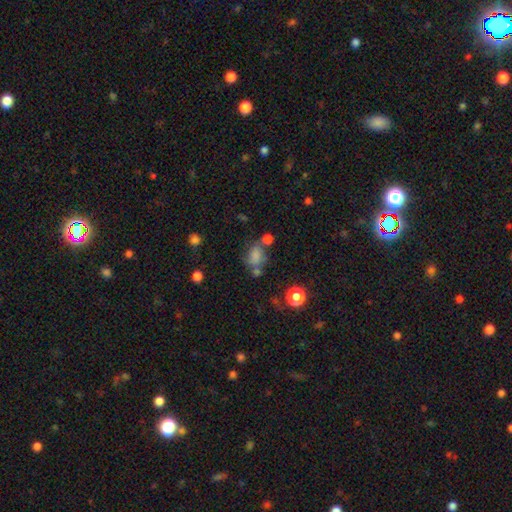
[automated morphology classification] A smooth galaxy with no disk features (73%) that is in between round and cigar-shaped (67%). Merging: none (41%).